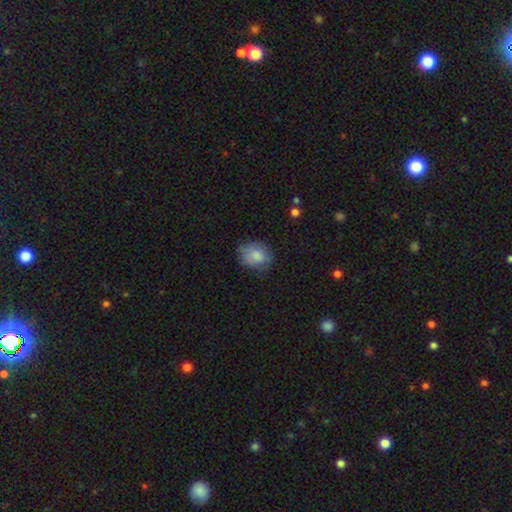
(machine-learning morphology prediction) smooth_or_featured: smooth (p=0.80) [alt: featured or disk p=0.12]
how_rounded: in between (p=0.54) [alt: round p=0.45]
merging: none (p=0.65) [alt: minor disturbance p=0.26]